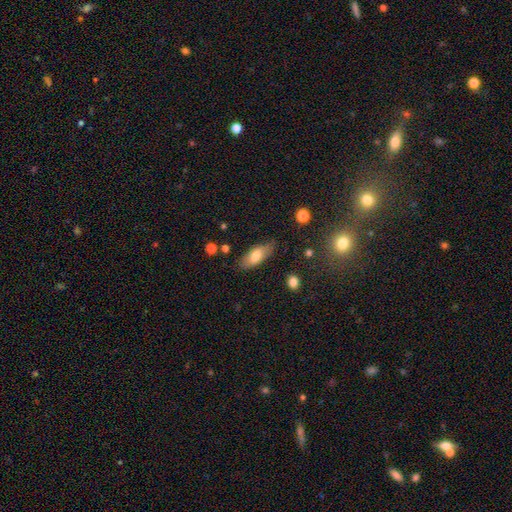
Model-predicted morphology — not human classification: Smooth or featured?
  - smooth: 73% *
  - featured or disk: 20%
  - star or artifact: 7%
How rounded?
  - in between: 77% *
  - cigar-shaped: 21%
  - round: 2%
Merging?
  - none: 78% *
  - minor disturbance: 17%
  - major disturbance: 4%
  - merger: 2%